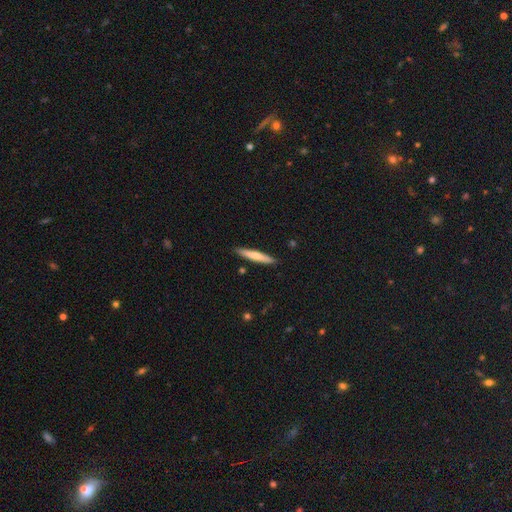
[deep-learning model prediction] Smooth or featured? smooth (63%)
How rounded? cigar-shaped (94%)
Merging? none (90%)